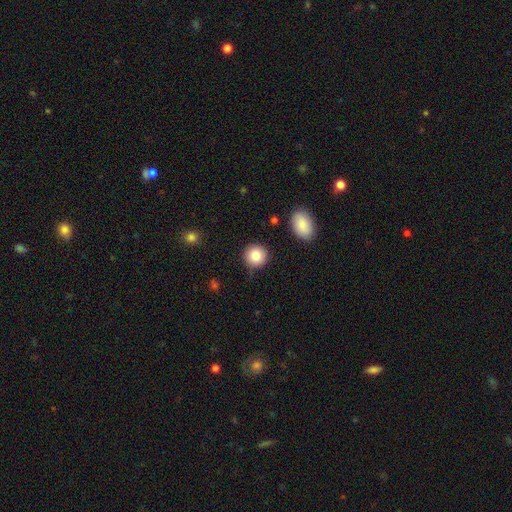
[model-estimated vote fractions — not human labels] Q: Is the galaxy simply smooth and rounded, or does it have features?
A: smooth — 84%.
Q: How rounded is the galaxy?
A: round — 92%.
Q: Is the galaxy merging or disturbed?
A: none — 86%.